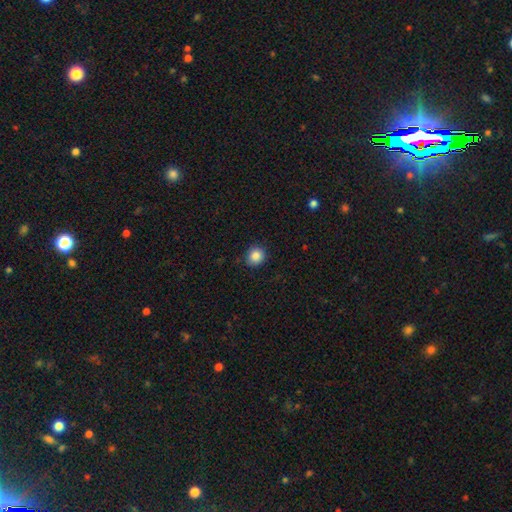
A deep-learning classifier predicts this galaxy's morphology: Smooth or featured?
  - smooth: 86% *
  - star or artifact: 10%
  - featured or disk: 4%
How rounded?
  - round: 81% *
  - in between: 18%
  - cigar-shaped: 1%
Merging?
  - none: 86% *
  - minor disturbance: 11%
  - major disturbance: 2%
  - merger: 1%